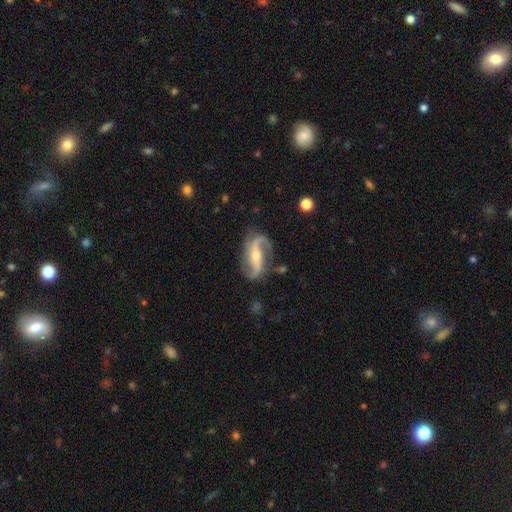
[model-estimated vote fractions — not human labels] smooth_or_featured: featured or disk (p=0.90) [alt: smooth p=0.05]
disk_edge_on: no (p=0.96) [alt: yes p=0.04]
bar: strong (p=0.36) [alt: no p=0.34]
has_spiral_arms: yes (p=0.97) [alt: no p=0.03]
spiral_winding: loose (p=0.59) [alt: medium p=0.31]
spiral_arm_count: 2 (p=0.92) [alt: 1 p=0.03]
bulge_size: small (p=0.50) [alt: moderate p=0.45]
merging: none (p=0.75) [alt: minor disturbance p=0.15]